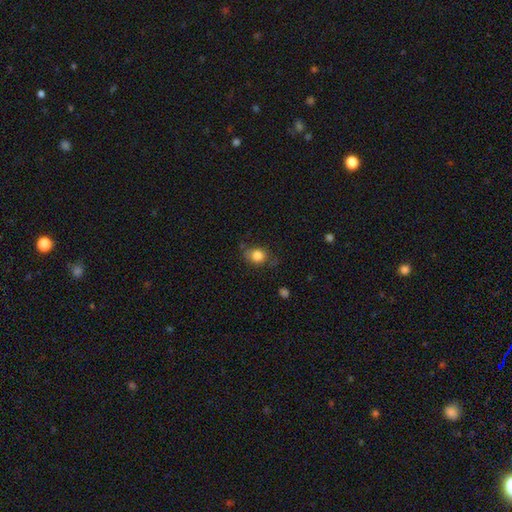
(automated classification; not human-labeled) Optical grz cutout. It shows a smooth galaxy with no disk features (81%) that is round (60%). Merging: none (68%).